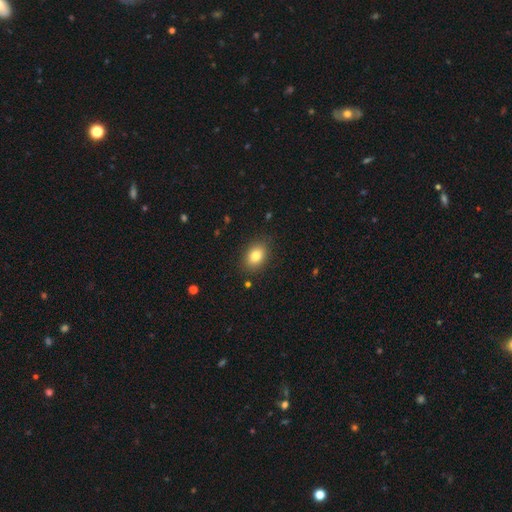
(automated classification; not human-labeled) smooth 81%, star or artifact 10%, featured or disk 9%. Down the decision tree: how rounded — in between (73%); merging — none (86%).